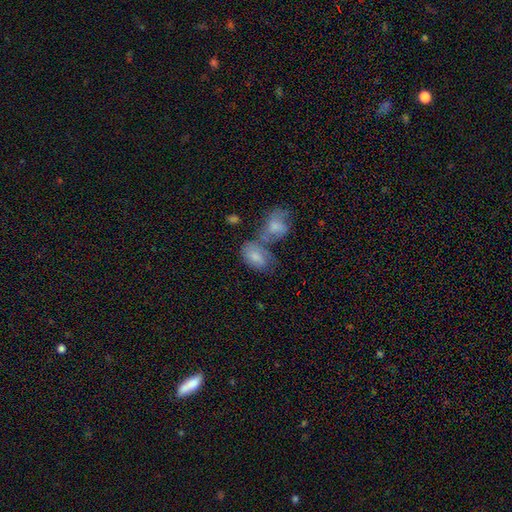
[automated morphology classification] Q: Smooth or featured?
A: smooth (70%); runner-up: featured or disk (21%)
Q: How rounded?
A: in between (87%); runner-up: round (11%)
Q: Merging?
A: merger (45%); runner-up: none (28%)